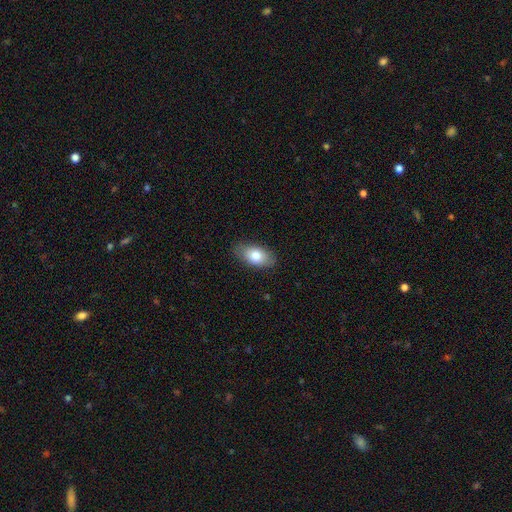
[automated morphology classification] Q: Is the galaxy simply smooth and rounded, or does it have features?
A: smooth — 78%.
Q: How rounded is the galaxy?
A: in between — 92%.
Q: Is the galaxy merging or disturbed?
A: none — 83%.